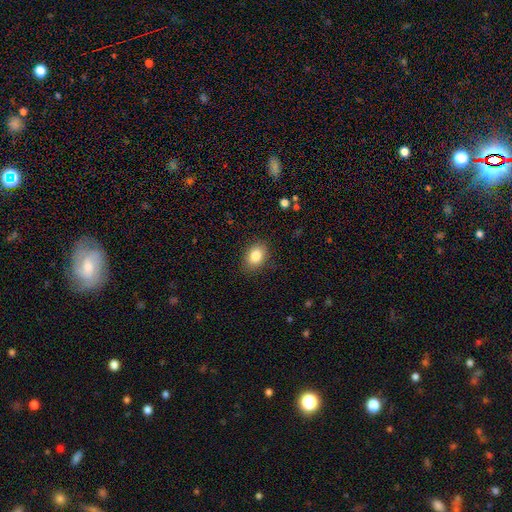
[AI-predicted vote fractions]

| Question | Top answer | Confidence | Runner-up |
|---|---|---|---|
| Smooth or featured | smooth | 84% | star or artifact (9%) |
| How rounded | in between | 74% | round (25%) |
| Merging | none | 86% | minor disturbance (10%) |